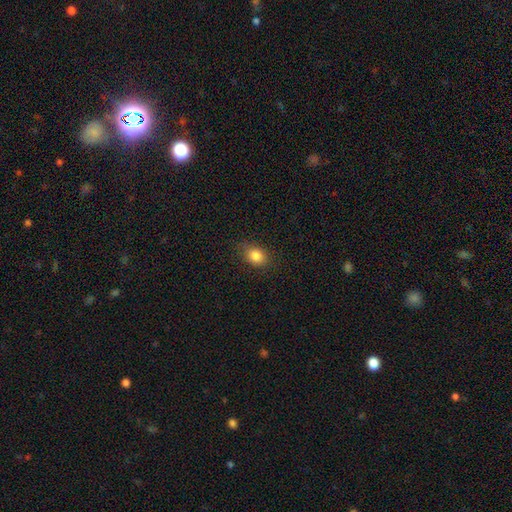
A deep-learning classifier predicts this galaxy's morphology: Smooth or featured: smooth — 84% (star or artifact — 10%)
How rounded: in between — 58% (round — 40%)
Merging: none — 82% (minor disturbance — 14%)